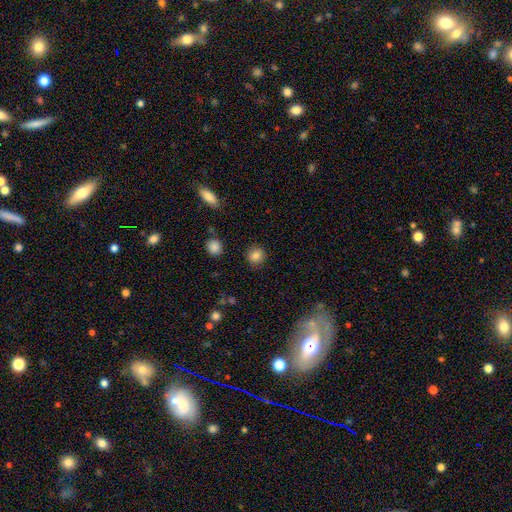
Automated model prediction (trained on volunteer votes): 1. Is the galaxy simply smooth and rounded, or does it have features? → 84% smooth, 10% star or artifact, 6% featured or disk.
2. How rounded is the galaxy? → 89% round, 10% in between, 1% cigar-shaped.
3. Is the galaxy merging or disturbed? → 90% none, 7% minor disturbance, 2% major disturbance, 1% merger.